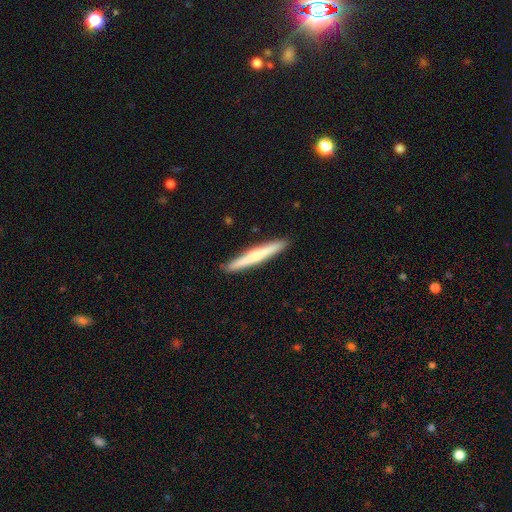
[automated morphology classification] A featured or disk galaxy (48%).

Vote fractions:
- Smooth or featured? featured or disk: 48% / smooth: 47% / star or artifact: 5%
- Merging? none: 92% / minor disturbance: 6% / major disturbance: 1% / merger: 1%